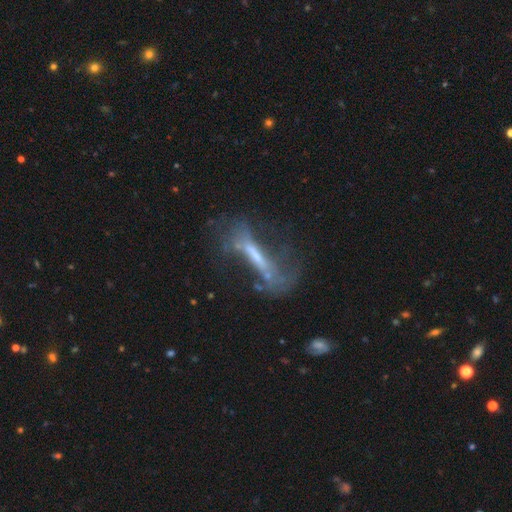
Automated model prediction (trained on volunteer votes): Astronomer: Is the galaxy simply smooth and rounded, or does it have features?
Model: featured or disk — 67%.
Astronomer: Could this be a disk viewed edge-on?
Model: no — 62% (runner-up: yes, 38%).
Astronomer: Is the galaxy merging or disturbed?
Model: none — 44% (runner-up: major disturbance, 30%).